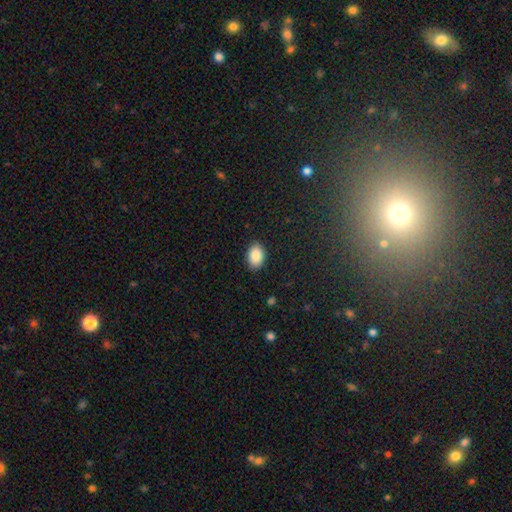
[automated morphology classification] smooth 89%, star or artifact 7%, featured or disk 4%. Down the decision tree: how rounded — in between (87%); merging — none (87%).